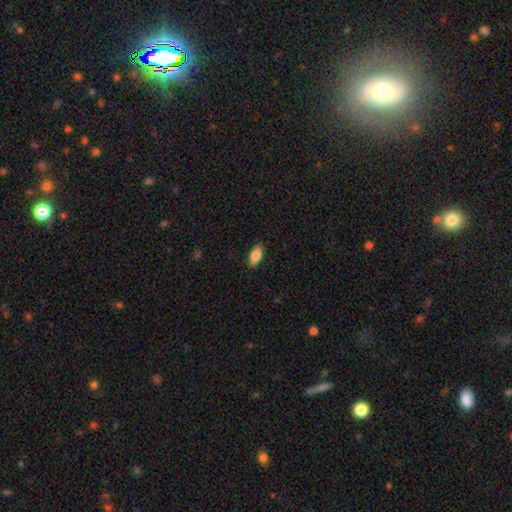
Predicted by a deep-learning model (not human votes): Q: Smooth or featured?
A: smooth (83%); runner-up: featured or disk (10%)
Q: How rounded?
A: in between (86%); runner-up: cigar-shaped (11%)
Q: Merging?
A: none (86%); runner-up: minor disturbance (10%)